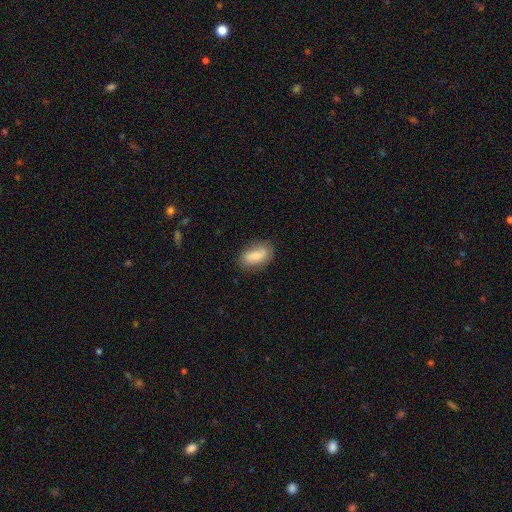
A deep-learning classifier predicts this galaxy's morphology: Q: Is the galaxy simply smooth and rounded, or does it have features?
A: smooth — 74%.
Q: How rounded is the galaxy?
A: in between — 89%.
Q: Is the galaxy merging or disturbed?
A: none — 80%.